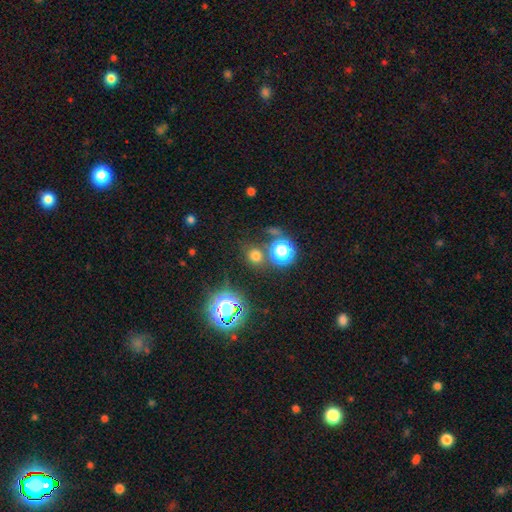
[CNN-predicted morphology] The model was most divided on "smooth or featured": smooth: 66%, star or artifact: 27%, featured or disk: 6%. More confident: how rounded — round (83%); merging — none (79%).